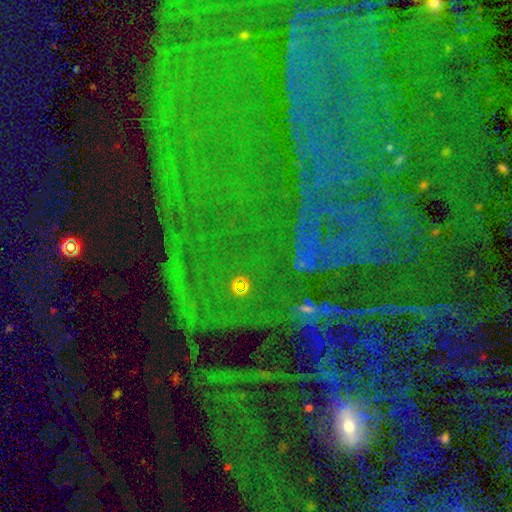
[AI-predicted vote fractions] smooth-or-featured: star or artifact: 83% | featured or disk: 9% | smooth: 8%